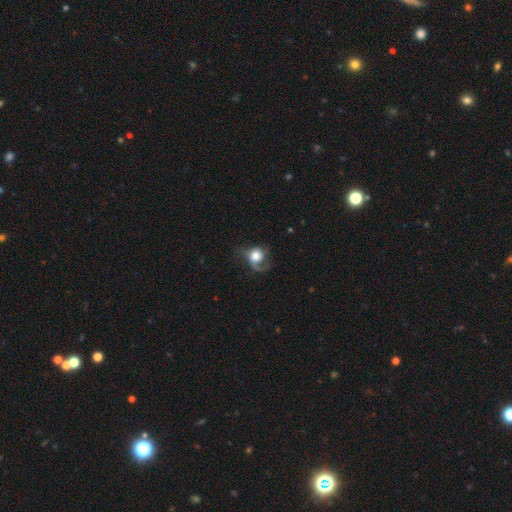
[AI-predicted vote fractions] This is possibly a smooth galaxy (47%). Merging: marginally major disturbance (41%).